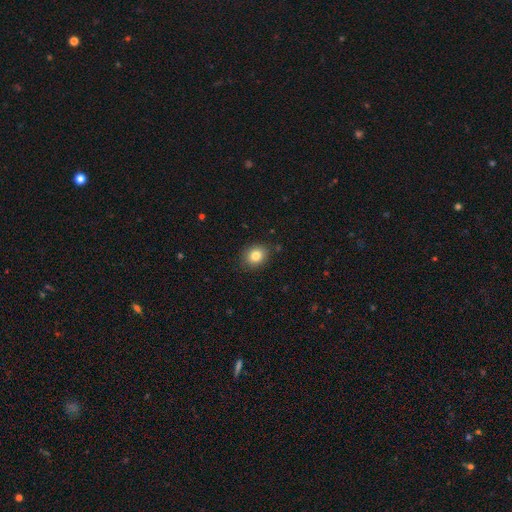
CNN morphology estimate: This appears to be a smooth galaxy with no disk features (83%) that is round (57%). Merging: none (86%).